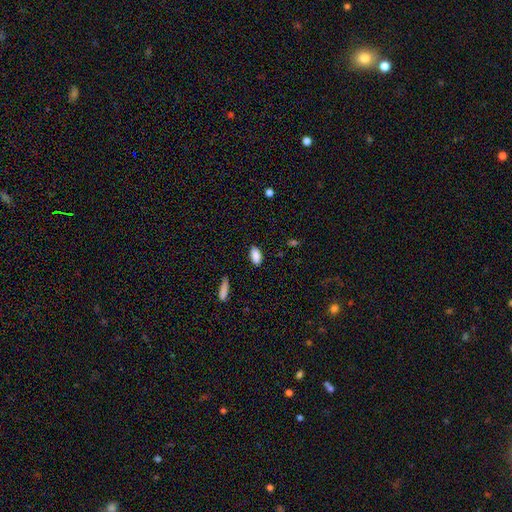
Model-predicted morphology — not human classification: This is clearly a smooth galaxy (89%). How rounded: clearly in between (91%). Merging: clearly none (85%).